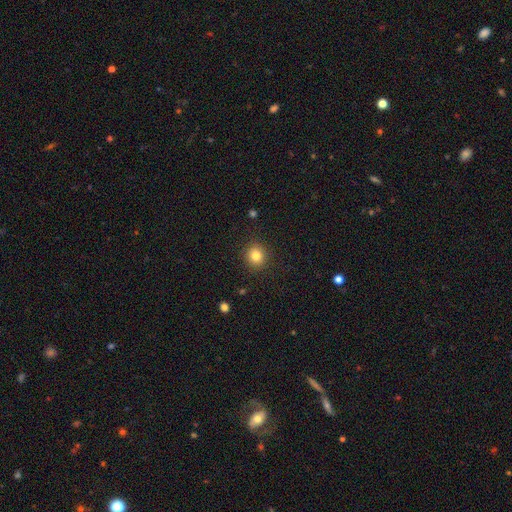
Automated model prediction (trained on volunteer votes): Smooth or featured? smooth (82%)
How rounded? round (89%)
Merging? none (90%)